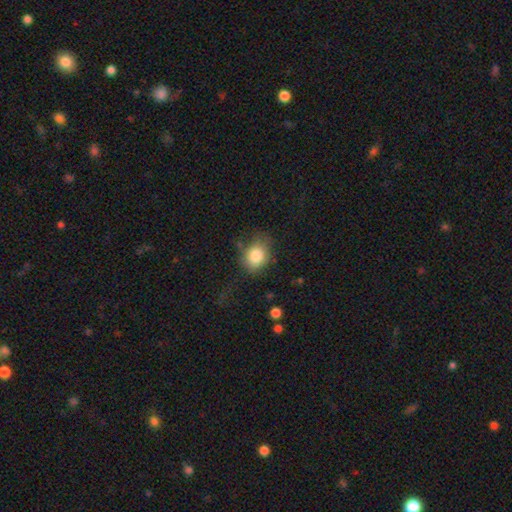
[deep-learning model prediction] The model was most divided on "how rounded": round: 56%, in between: 43%, cigar-shaped: 1%. More confident: smooth or featured — smooth (82%); merging — none (62%).